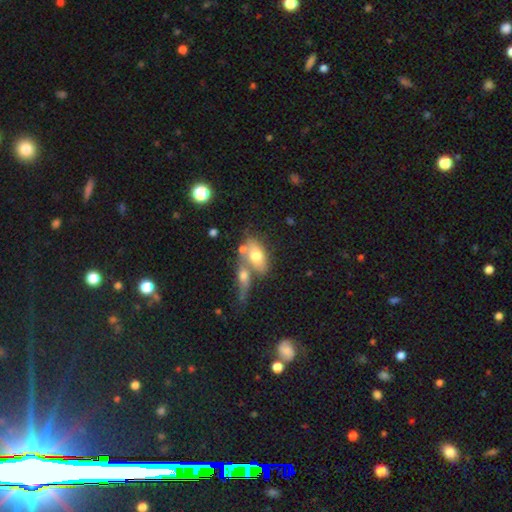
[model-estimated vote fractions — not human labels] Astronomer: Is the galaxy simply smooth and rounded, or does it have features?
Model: smooth — 66%.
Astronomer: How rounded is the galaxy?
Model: in between — 84%.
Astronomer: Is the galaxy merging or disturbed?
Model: merger — 49% (runner-up: none, 33%).